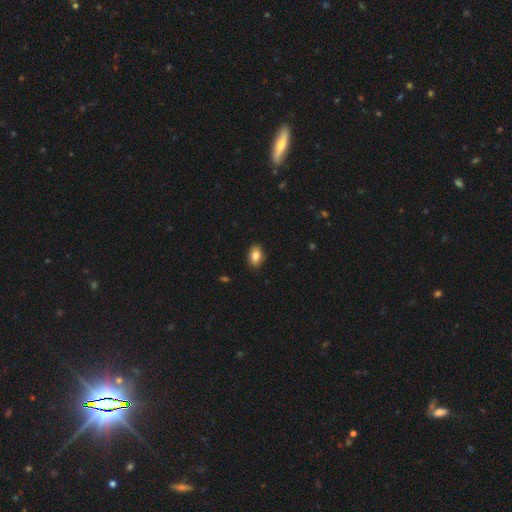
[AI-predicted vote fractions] Smooth or featured? smooth (83%)
How rounded? in between (80%)
Merging? none (88%)